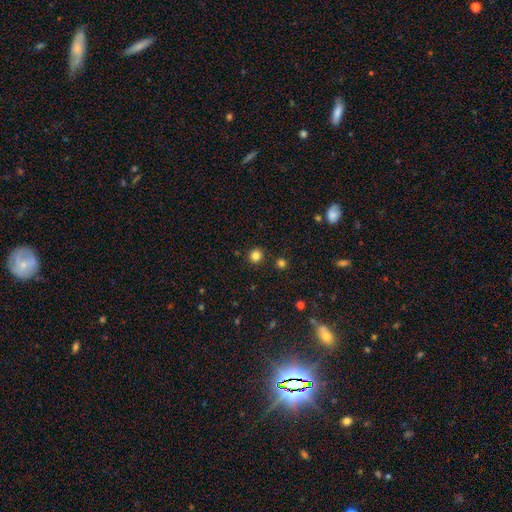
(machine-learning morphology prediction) A smooth galaxy with no disk features (83%) that is round (93%). Merging: none (90%).